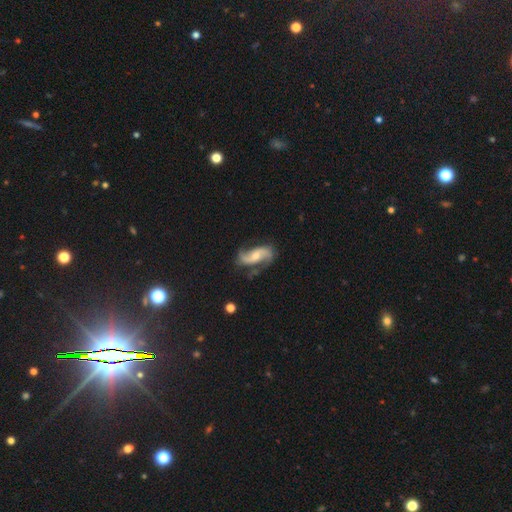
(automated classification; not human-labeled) Smooth or featured? featured or disk (84%)
Edge-on disk? no (96%)
Bar? no (46%)
Spiral arms? yes (96%)
Spiral winding? loose (61%)
Spiral arm count? 2 (90%)
Bulge size? moderate (48%)
Merging? none (67%)